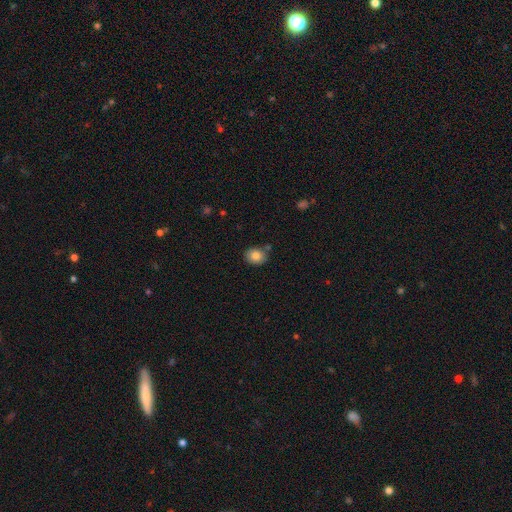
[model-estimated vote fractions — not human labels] smooth-or-featured: smooth: 83% | star or artifact: 9% | featured or disk: 8%
  how-rounded: round: 57% | in between: 42% | cigar-shaped: 1%
  merging: none: 76% | minor disturbance: 14% | merger: 7% | major disturbance: 3%